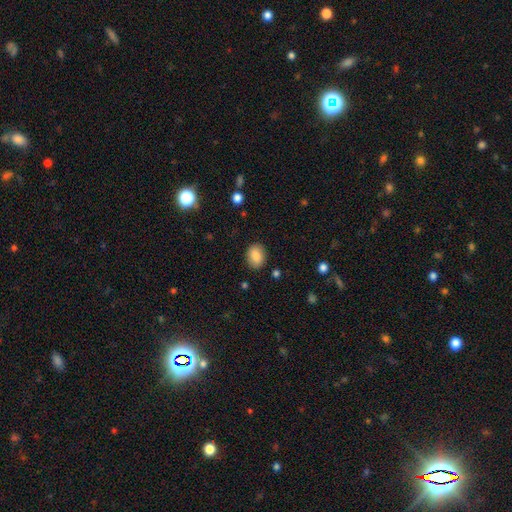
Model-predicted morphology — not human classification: A smooth galaxy with no disk features (86%) that is in between round and cigar-shaped (69%).

Vote fractions:
- Smooth or featured? smooth: 86% / star or artifact: 8% / featured or disk: 6%
- How rounded? in between: 69% / round: 30% / cigar-shaped: 1%
- Merging? none: 85% / minor disturbance: 11% / major disturbance: 3% / merger: 1%